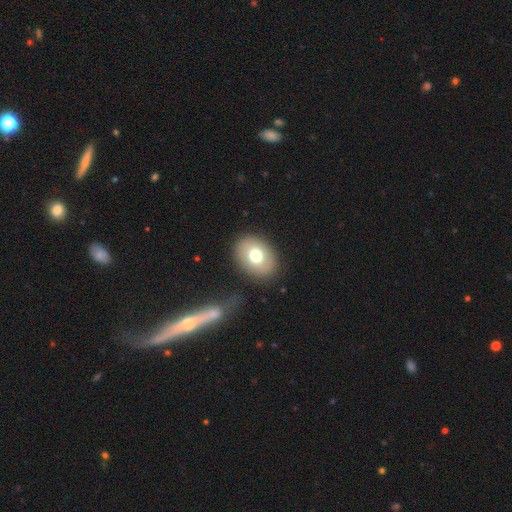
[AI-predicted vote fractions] A smooth galaxy with no disk features (70%) that is in between round and cigar-shaped (66%).

Vote fractions:
- Smooth or featured? smooth: 70% / featured or disk: 21% / star or artifact: 8%
- How rounded? in between: 66% / round: 33% / cigar-shaped: 1%
- Merging? none: 84% / minor disturbance: 10% / major disturbance: 3% / merger: 3%